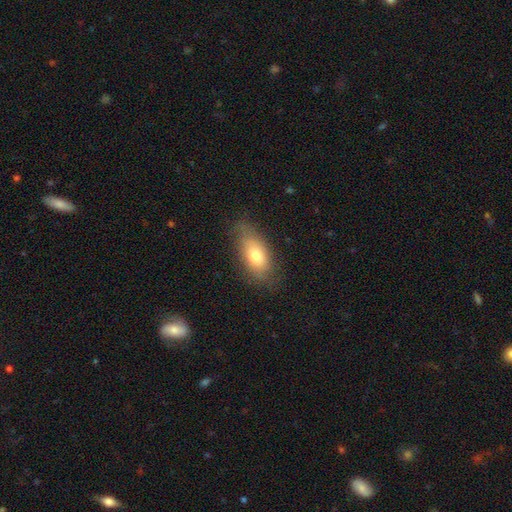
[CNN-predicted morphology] Smooth or featured?
  - smooth: 74% *
  - featured or disk: 18%
  - star or artifact: 8%
How rounded?
  - in between: 88% *
  - cigar-shaped: 7%
  - round: 5%
Merging?
  - none: 70% *
  - minor disturbance: 22%
  - major disturbance: 6%
  - merger: 1%